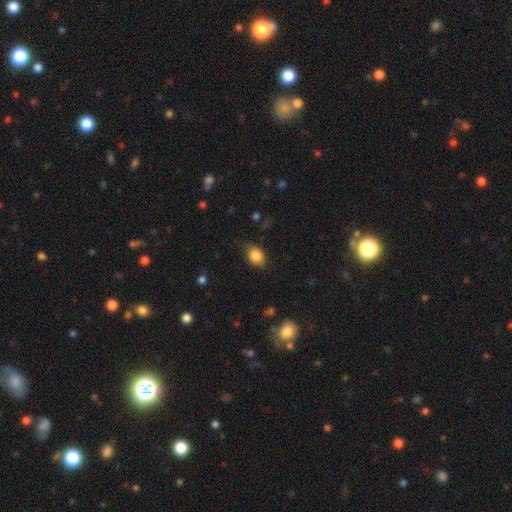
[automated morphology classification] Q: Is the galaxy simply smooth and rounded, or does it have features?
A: smooth — 85%.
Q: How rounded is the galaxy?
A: in between — 71%.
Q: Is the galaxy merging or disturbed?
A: none — 77%.